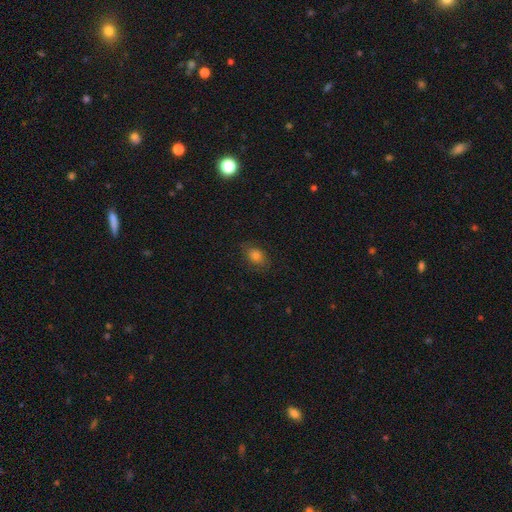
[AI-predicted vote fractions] A smooth galaxy with no disk features (75%) that is in between round and cigar-shaped (66%). Merging: none (78%).